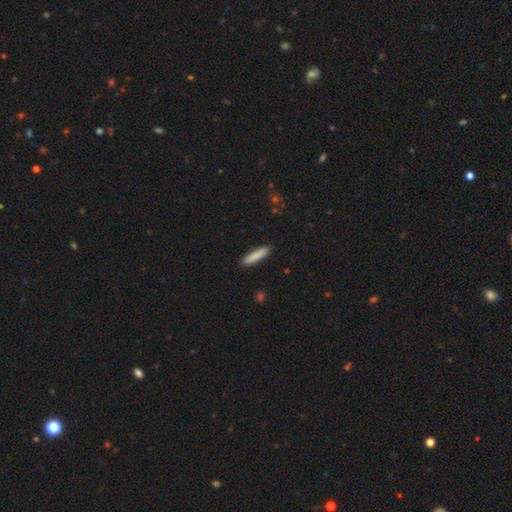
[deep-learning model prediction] Smooth or featured: smooth — 87% (featured or disk — 8%)
How rounded: cigar-shaped — 83% (in between — 16%)
Merging: none — 90% (minor disturbance — 7%)